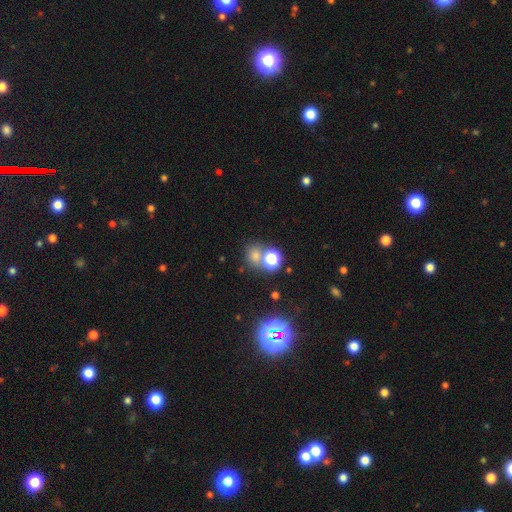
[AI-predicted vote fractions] Smooth or featured? smooth (58%)
How rounded? round (73%)
Merging? none (58%)